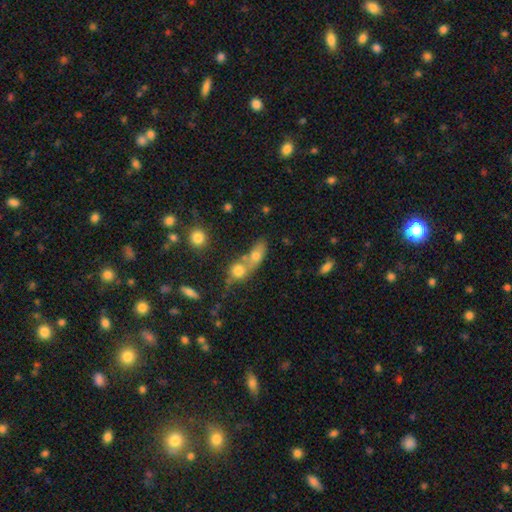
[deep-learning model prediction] smooth 69%, featured or disk 18%, star or artifact 12%. Down the decision tree: how rounded — in between (62%); merging — merger (59%).